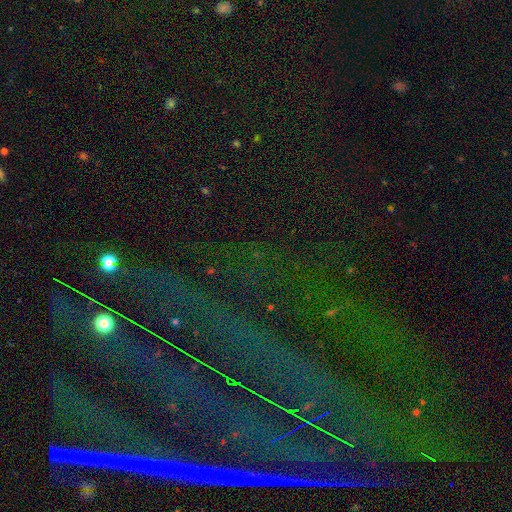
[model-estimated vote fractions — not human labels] Smooth or featured: star or artifact — 80% (featured or disk — 11%)